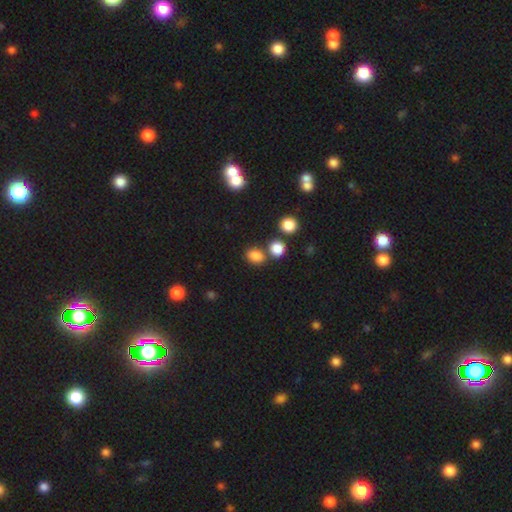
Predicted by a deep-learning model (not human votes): The model was most divided on "how rounded": in between: 58%, round: 41%, cigar-shaped: 1%. More confident: smooth or featured — smooth (82%); merging — none (69%).